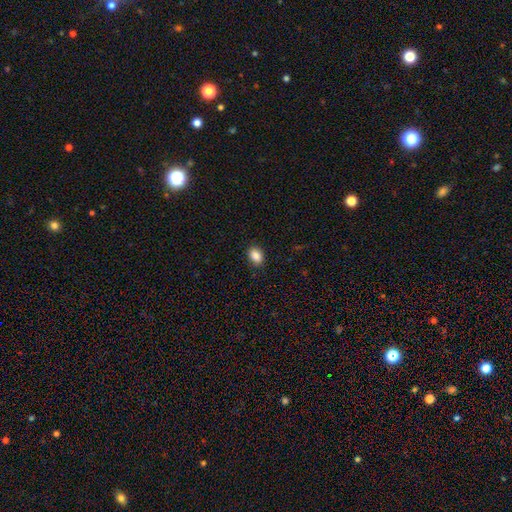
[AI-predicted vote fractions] A smooth galaxy with no disk features (87%) that is in between round and cigar-shaped (77%).

Vote fractions:
- Smooth or featured? smooth: 87% / star or artifact: 9% / featured or disk: 4%
- How rounded? in between: 77% / round: 22% / cigar-shaped: 1%
- Merging? none: 89% / minor disturbance: 8% / major disturbance: 2% / merger: 1%